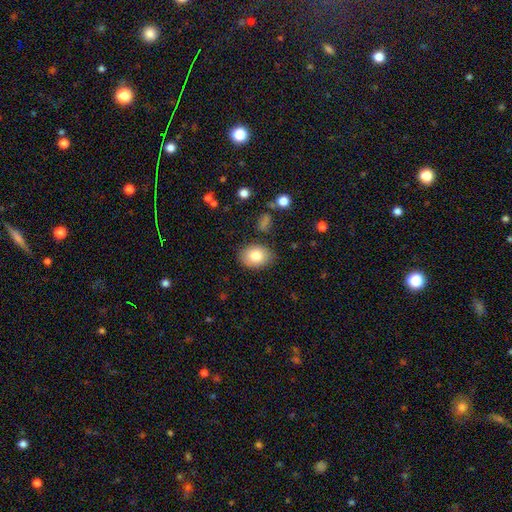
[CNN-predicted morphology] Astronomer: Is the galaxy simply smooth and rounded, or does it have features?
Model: smooth — 79%.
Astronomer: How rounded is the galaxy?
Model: in between — 68%.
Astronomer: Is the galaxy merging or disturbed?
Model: none — 82%.